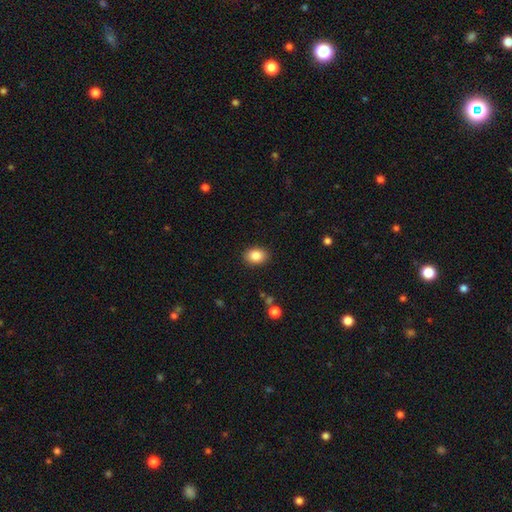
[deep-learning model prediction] Overall: smooth (86%). How rounded: in between (65%; round 34%). Merging: none (89%).